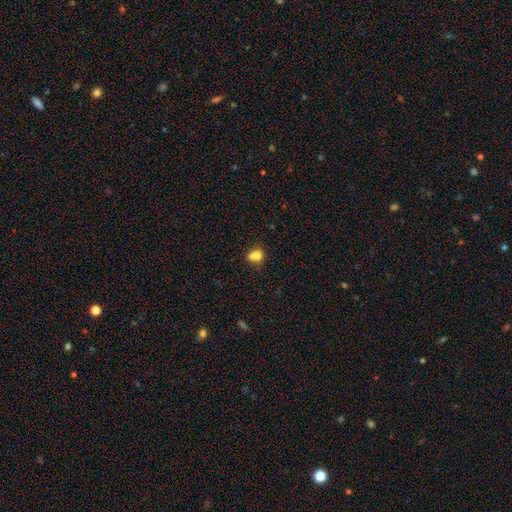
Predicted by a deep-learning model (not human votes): Morphology: type=smooth (73%); roundness=in between (49%); merging=merger (42%).